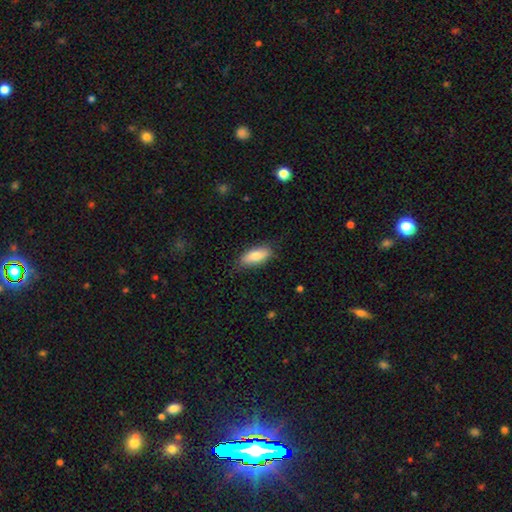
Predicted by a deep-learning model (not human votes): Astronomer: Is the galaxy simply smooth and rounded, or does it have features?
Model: smooth — 80%.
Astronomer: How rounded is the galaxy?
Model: in between — 77%.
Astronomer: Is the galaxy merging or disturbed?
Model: none — 79%.